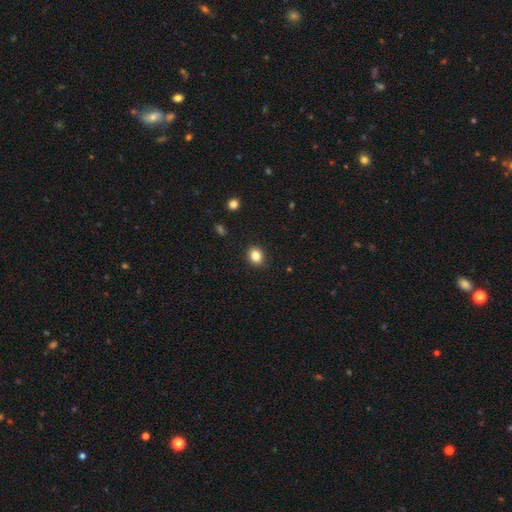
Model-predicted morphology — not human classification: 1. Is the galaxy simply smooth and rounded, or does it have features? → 84% smooth, 10% star or artifact, 5% featured or disk.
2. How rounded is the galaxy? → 56% round, 44% in between, 1% cigar-shaped.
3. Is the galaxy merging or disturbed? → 90% none, 7% minor disturbance, 2% major disturbance, 1% merger.